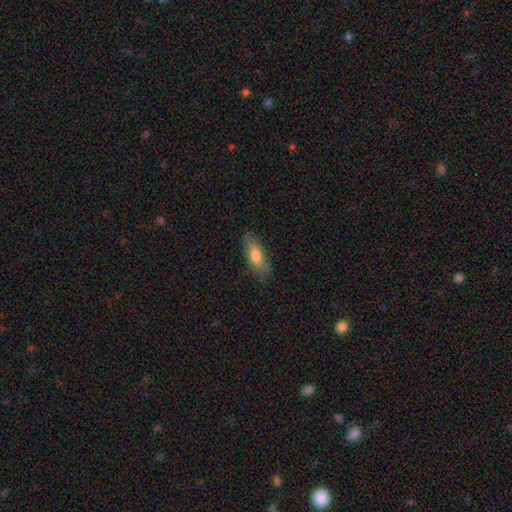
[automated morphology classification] A smooth galaxy with no disk features (70%) that is in between round and cigar-shaped (68%). Merging: none (79%).